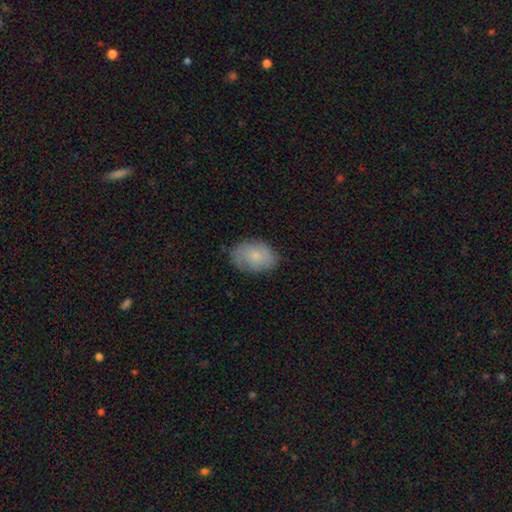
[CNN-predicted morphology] A smooth galaxy with no disk features (67%) that is in between round and cigar-shaped (79%).

Vote fractions:
- Smooth or featured? smooth: 67% / featured or disk: 25% / star or artifact: 8%
- How rounded? in between: 79% / round: 20% / cigar-shaped: 1%
- Merging? none: 75% / minor disturbance: 19% / major disturbance: 5% / merger: 1%